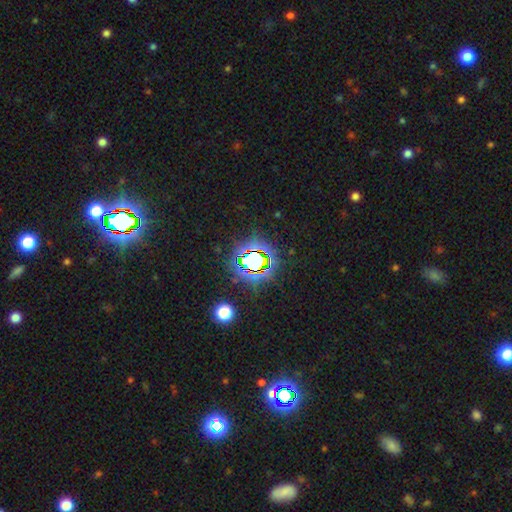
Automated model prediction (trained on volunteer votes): Smooth or featured? star or artifact (72%)